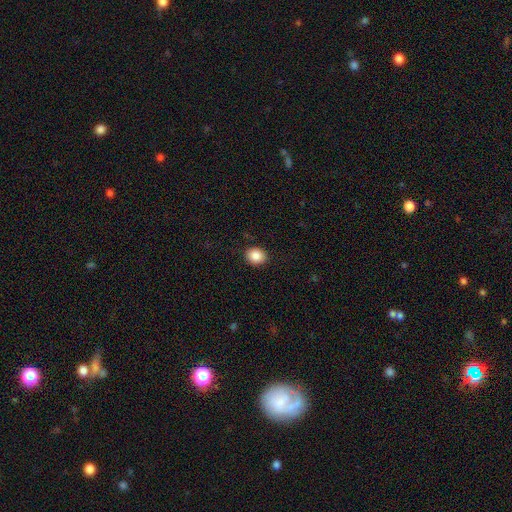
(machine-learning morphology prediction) smooth-or-featured: smooth: 87% | star or artifact: 9% | featured or disk: 4%
  how-rounded: round: 62% | in between: 37% | cigar-shaped: 1%
  merging: none: 90% | minor disturbance: 7% | major disturbance: 2% | merger: 1%